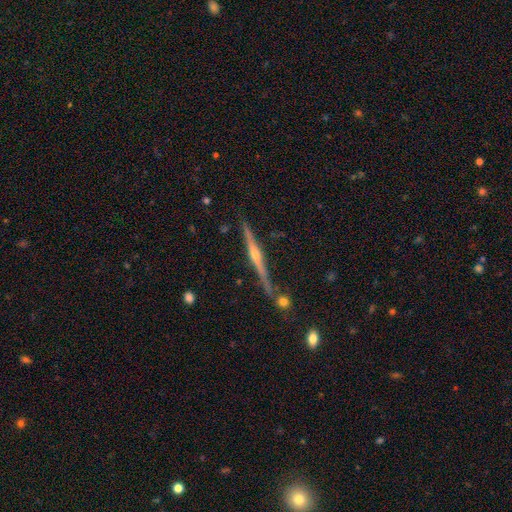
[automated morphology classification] A featured or disk galaxy (83%) viewed edge-on (98%) with a rounded central bulge (86%).

Vote fractions:
- Smooth or featured? featured or disk: 83% / smooth: 10% / star or artifact: 7%
- Edge-on disk? yes: 98% / no: 2%
- Edge-on bulge? rounded: 86% / none: 8% / boxy: 6%
- Merging? none: 81% / minor disturbance: 10% / merger: 6% / major disturbance: 3%